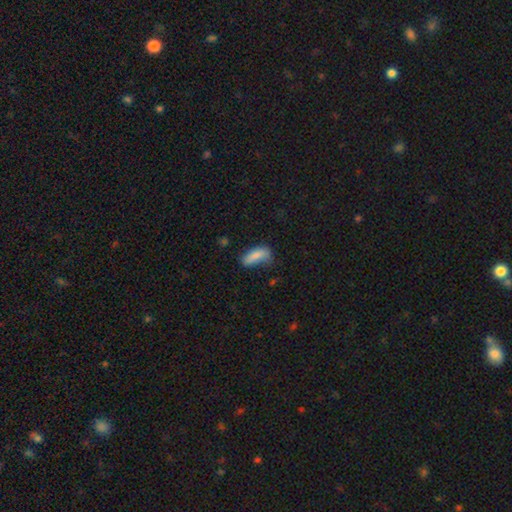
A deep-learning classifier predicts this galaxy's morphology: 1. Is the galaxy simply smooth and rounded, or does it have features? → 82% smooth, 10% featured or disk, 8% star or artifact.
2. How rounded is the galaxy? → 68% in between, 29% cigar-shaped, 2% round.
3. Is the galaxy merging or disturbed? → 48% none, 34% minor disturbance, 14% major disturbance, 4% merger.